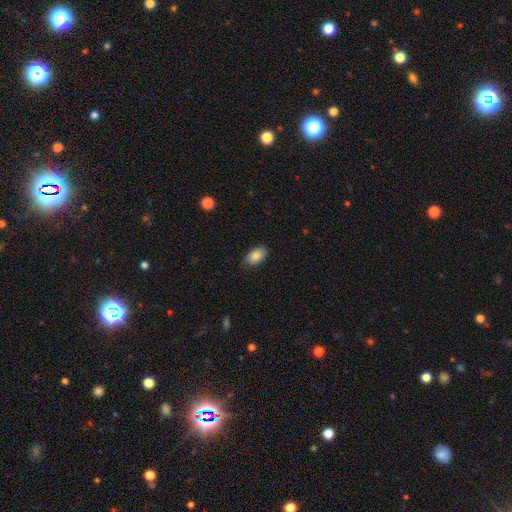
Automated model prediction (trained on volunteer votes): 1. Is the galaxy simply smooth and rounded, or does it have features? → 83% smooth, 10% featured or disk, 7% star or artifact.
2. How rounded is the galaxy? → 92% in between, 7% round, 2% cigar-shaped.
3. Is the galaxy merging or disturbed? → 84% none, 13% minor disturbance, 2% major disturbance, 1% merger.